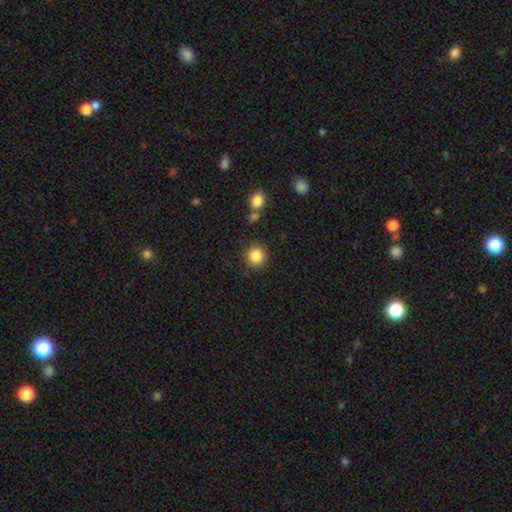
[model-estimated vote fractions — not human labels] Smooth or featured?
  - smooth: 86% *
  - star or artifact: 10%
  - featured or disk: 4%
How rounded?
  - round: 92% *
  - in between: 7%
  - cigar-shaped: 1%
Merging?
  - none: 86% *
  - minor disturbance: 7%
  - merger: 3%
  - major disturbance: 3%